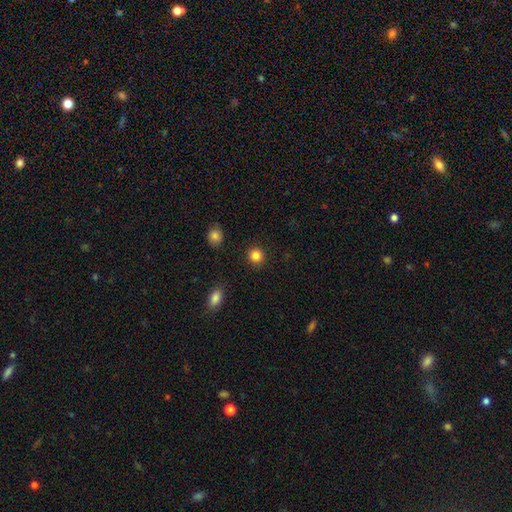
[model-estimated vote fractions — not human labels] Overall: smooth (85%). How rounded: round (92%). Merging: none (92%).